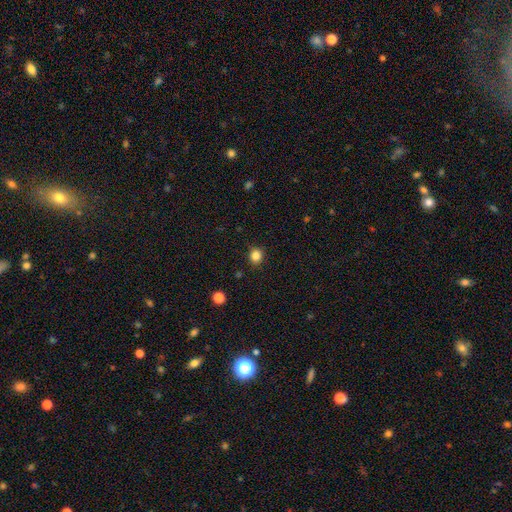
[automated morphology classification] smooth 84%, star or artifact 12%, featured or disk 4%. Down the decision tree: how rounded — round (81%); merging — none (90%).